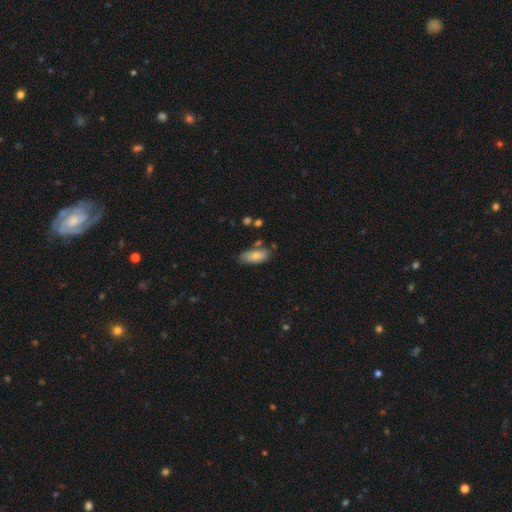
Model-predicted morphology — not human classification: This appears to be a smooth galaxy with no disk features (78%) that is in between round and cigar-shaped (83%). Merging: none (65%).